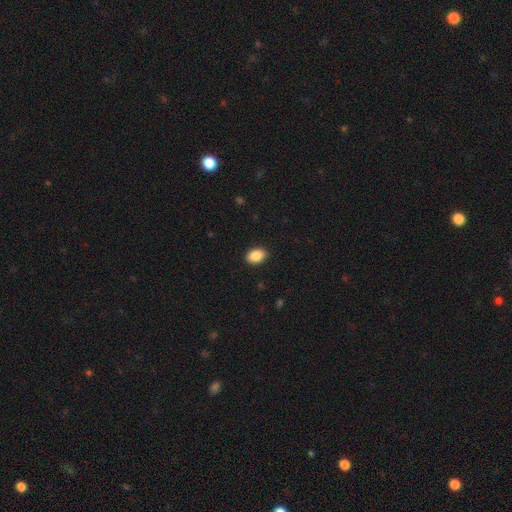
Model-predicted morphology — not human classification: Smooth or featured?
  - smooth: 89% *
  - star or artifact: 8%
  - featured or disk: 4%
How rounded?
  - in between: 80% *
  - round: 18%
  - cigar-shaped: 1%
Merging?
  - none: 89% *
  - minor disturbance: 9%
  - major disturbance: 2%
  - merger: 1%